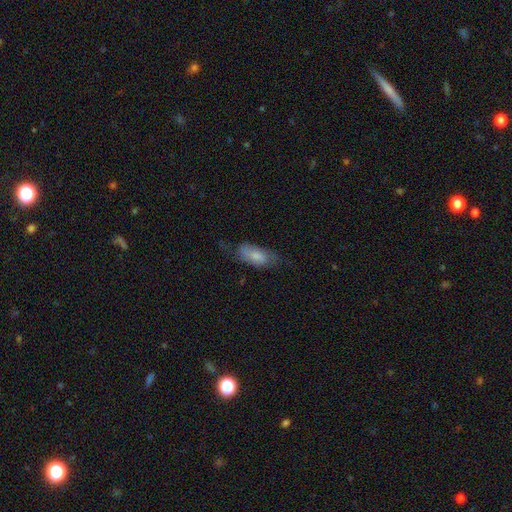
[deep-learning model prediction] smooth 69%, featured or disk 24%, star or artifact 7%. Down the decision tree: how rounded — in between (83%); merging — none (59%).